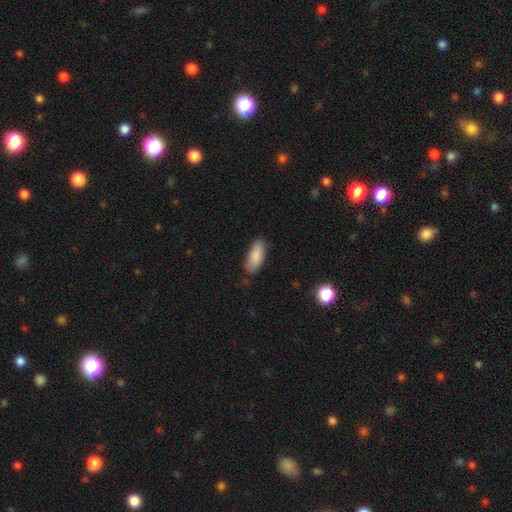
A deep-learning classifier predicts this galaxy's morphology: This appears to be a smooth galaxy with no disk features (88%) that is in between round and cigar-shaped (81%). Merging: none (80%).